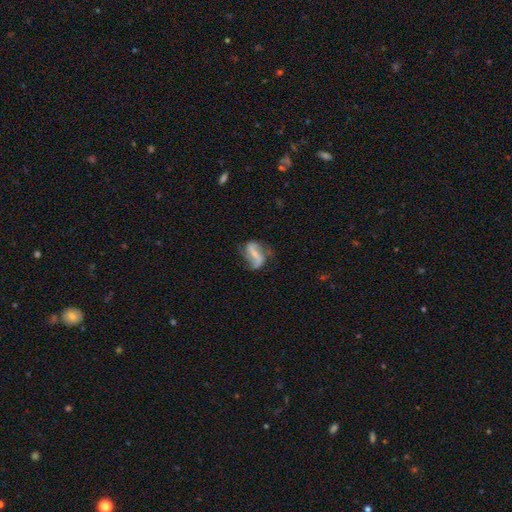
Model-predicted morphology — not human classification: Smooth or featured? featured or disk (77%)
Edge-on disk? no (96%)
Bar? strong (56%)
Spiral arms? yes (89%)
Spiral winding? loose (60%)
Spiral arm count? 2 (85%)
Bulge size? small (54%)
Merging? none (56%)